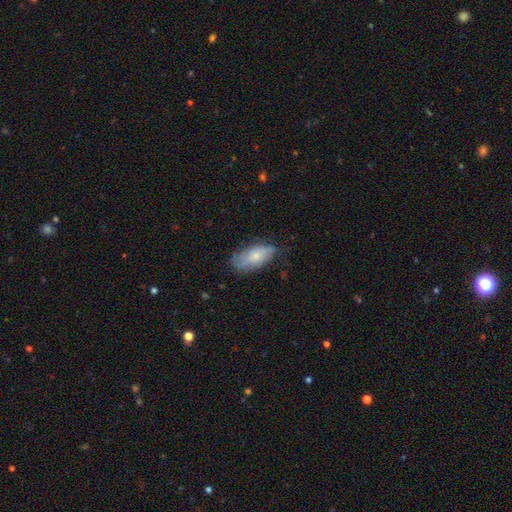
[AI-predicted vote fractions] A smooth galaxy with no disk features (62%) that is in between round and cigar-shaped (89%). Merging: none (60%).